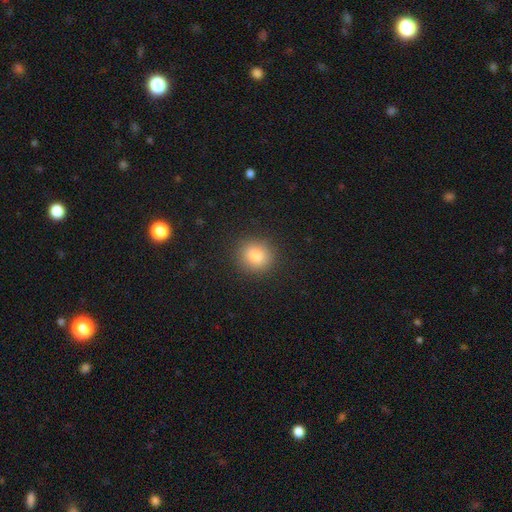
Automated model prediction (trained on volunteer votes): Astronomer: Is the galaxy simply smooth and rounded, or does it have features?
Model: smooth — 83%.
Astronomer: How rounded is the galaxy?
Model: round — 85%.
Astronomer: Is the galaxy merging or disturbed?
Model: none — 90%.